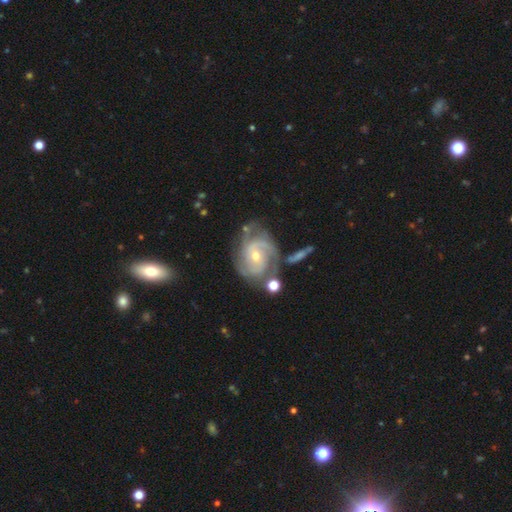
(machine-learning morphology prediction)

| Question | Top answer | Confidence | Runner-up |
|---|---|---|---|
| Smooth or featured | featured or disk | 88% | smooth (7%) |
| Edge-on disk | no | 97% | yes (3%) |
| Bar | no | 62% | weak (31%) |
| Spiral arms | yes | 96% | no (4%) |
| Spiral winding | tight | 52% | medium (39%) |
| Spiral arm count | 2 | 39% | 3 (28%) |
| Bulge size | small | 60% | moderate (37%) |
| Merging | none | 57% | minor disturbance (22%) |